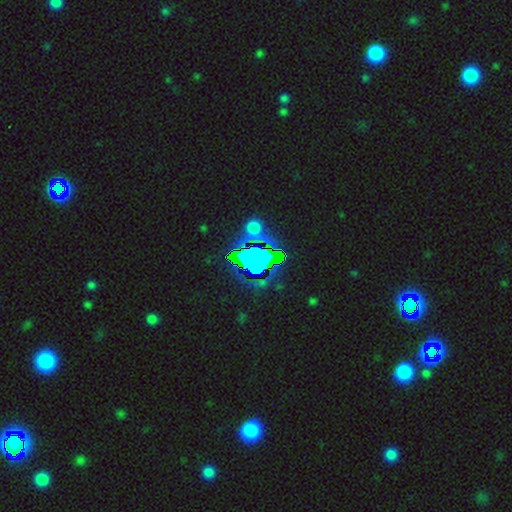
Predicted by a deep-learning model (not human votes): This appears to be a star or artifact, not a galaxy (70%).